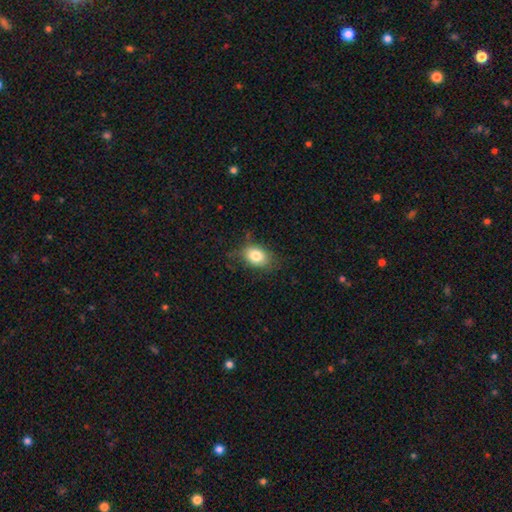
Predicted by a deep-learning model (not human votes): Overall: smooth (81%). How rounded: in between (71%). Merging: none (71%).